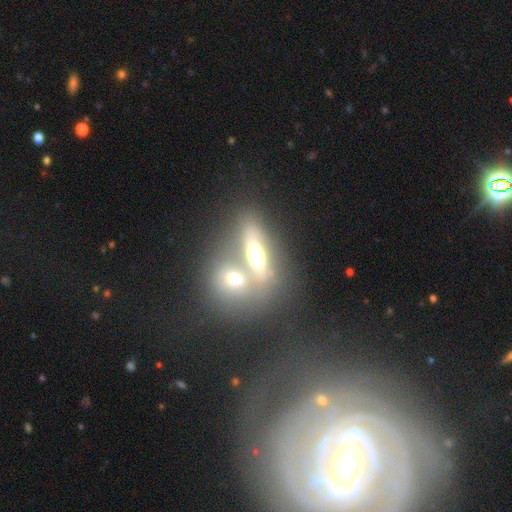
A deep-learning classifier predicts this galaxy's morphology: This is possibly a smooth galaxy (48%). Merging: likely merger (62%).